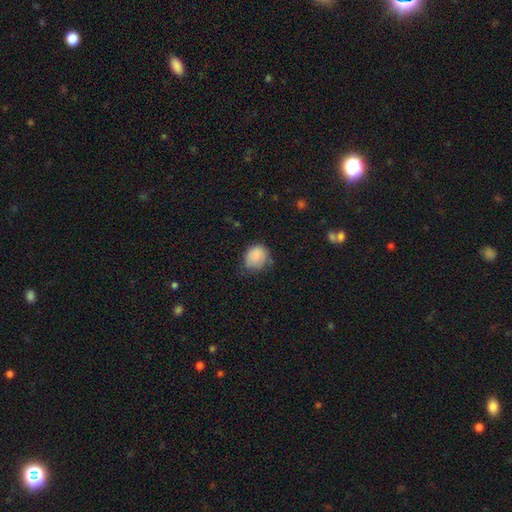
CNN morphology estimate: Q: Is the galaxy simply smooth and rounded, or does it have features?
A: smooth — 85%.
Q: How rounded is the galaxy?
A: round — 69%.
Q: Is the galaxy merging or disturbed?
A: none — 53%.